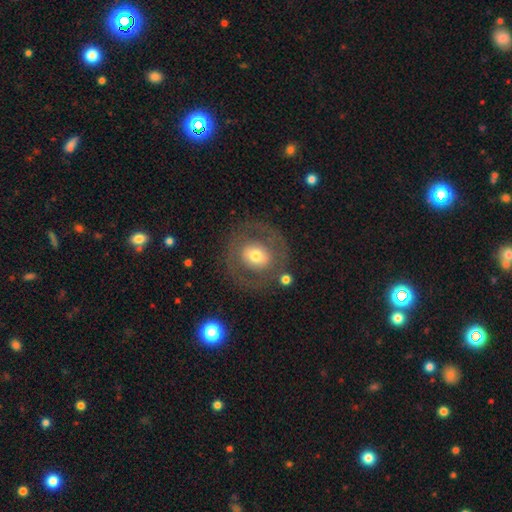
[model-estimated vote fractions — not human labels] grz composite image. It shows a featured or disk galaxy (48%). Merging: none (77%).